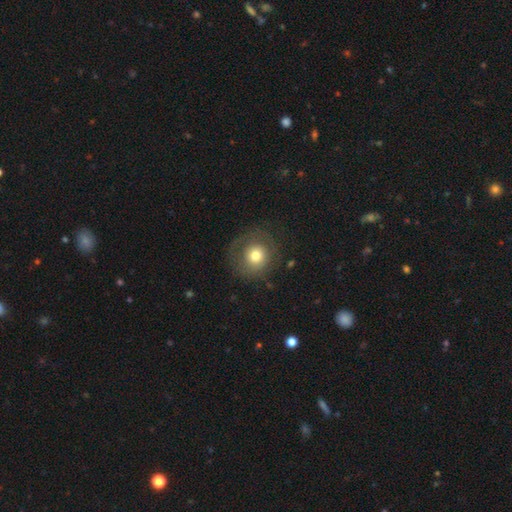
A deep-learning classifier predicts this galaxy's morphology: This appears to be a smooth galaxy with no disk features (68%) that is round (89%). Merging: none (73%).